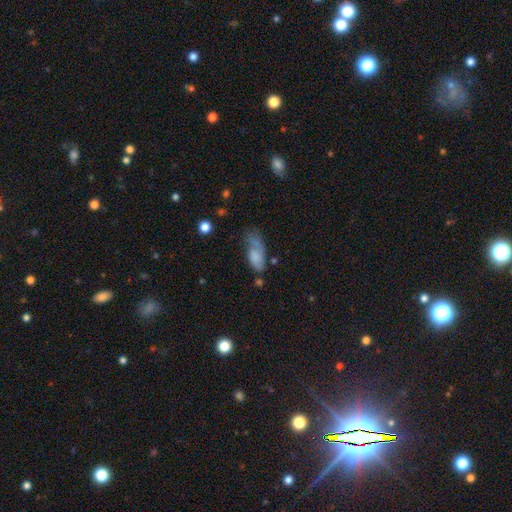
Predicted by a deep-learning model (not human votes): The model was most divided on "merging": none: 32%, minor disturbance: 31%, major disturbance: 30%, merger: 7%. More confident: how rounded — in between (81%); smooth or featured — smooth (62%).